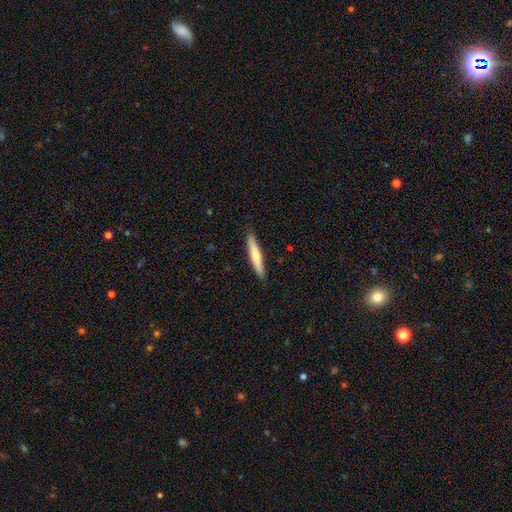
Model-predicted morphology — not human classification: The model was most divided on "smooth or featured": smooth: 58%, featured or disk: 37%, star or artifact: 5%. More confident: how rounded — cigar-shaped (92%); merging — none (88%).